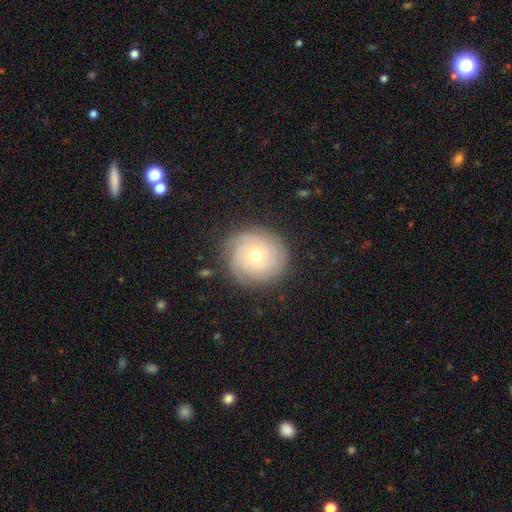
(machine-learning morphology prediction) featured or disk 67%, smooth 25%, star or artifact 8%. Down the decision tree: edge-on disk — no (97%); bar — no (83%); spiral arms — yes (90%); spiral arm count — can't tell (37%); spiral winding — tight (80%); bulge size — moderate (57%); merging — none (84%).